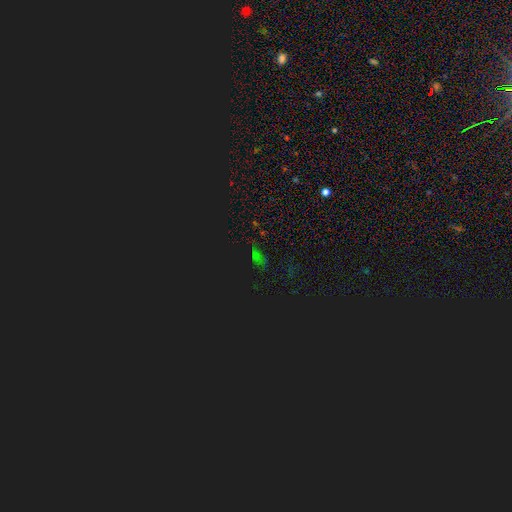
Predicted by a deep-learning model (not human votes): smooth_or_featured: star or artifact (p=0.69) [alt: smooth p=0.22]